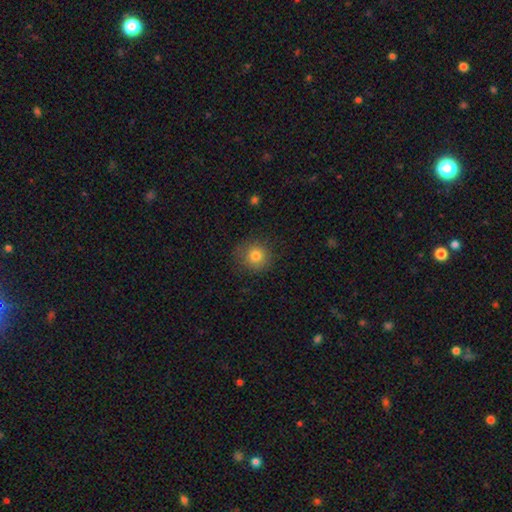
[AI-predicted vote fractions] Q: Smooth or featured?
A: smooth (80%); runner-up: star or artifact (12%)
Q: How rounded?
A: round (89%); runner-up: in between (10%)
Q: Merging?
A: none (83%); runner-up: minor disturbance (12%)